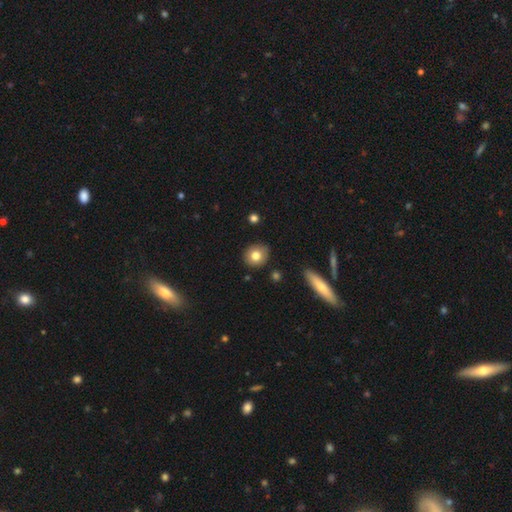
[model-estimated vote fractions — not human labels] Smooth or featured? Predicted: smooth (p=0.79). How rounded? Predicted: round (p=0.82). Merging? Predicted: none (p=0.87).